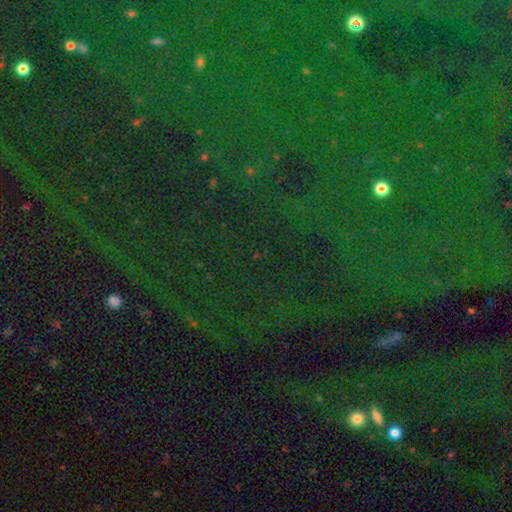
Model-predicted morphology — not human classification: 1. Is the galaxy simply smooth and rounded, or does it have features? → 84% star or artifact, 9% smooth, 8% featured or disk.